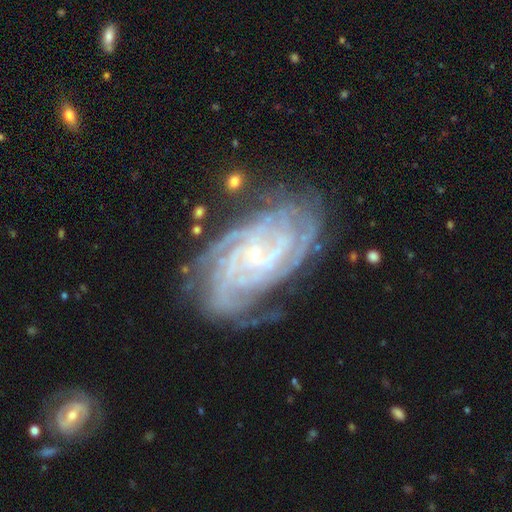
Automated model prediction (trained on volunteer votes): smooth_or_featured: featured or disk (p=0.90) [alt: star or artifact p=0.06]
disk_edge_on: no (p=0.97) [alt: yes p=0.03]
bar: no (p=0.61) [alt: weak p=0.28]
has_spiral_arms: yes (p=0.98) [alt: no p=0.02]
spiral_winding: tight (p=0.73) [alt: medium p=0.23]
spiral_arm_count: 4 (p=0.28) [alt: can't tell p=0.20]
bulge_size: small (p=0.86) [alt: moderate p=0.09]
merging: none (p=0.70) [alt: minor disturbance p=0.20]